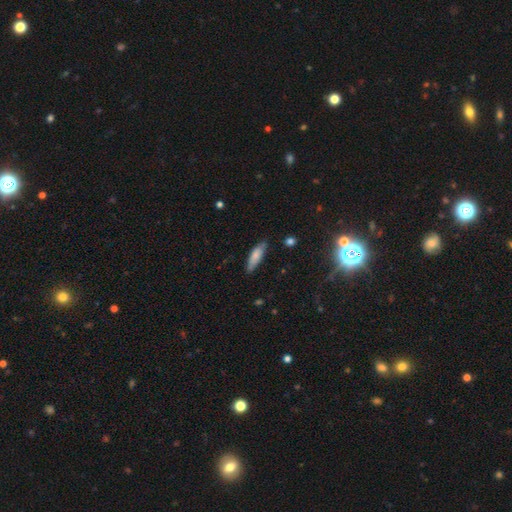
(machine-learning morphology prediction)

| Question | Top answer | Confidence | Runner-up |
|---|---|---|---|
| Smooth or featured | smooth | 76% | featured or disk (17%) |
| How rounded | in between | 50% | cigar-shaped (48%) |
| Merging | none | 71% | minor disturbance (24%) |